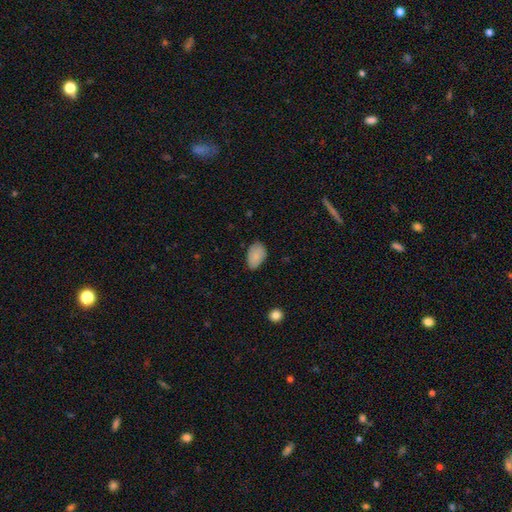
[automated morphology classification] The model was most divided on "merging": none: 72%, minor disturbance: 24%, major disturbance: 3%, merger: 1%. More confident: how rounded — in between (91%); smooth or featured — smooth (83%).